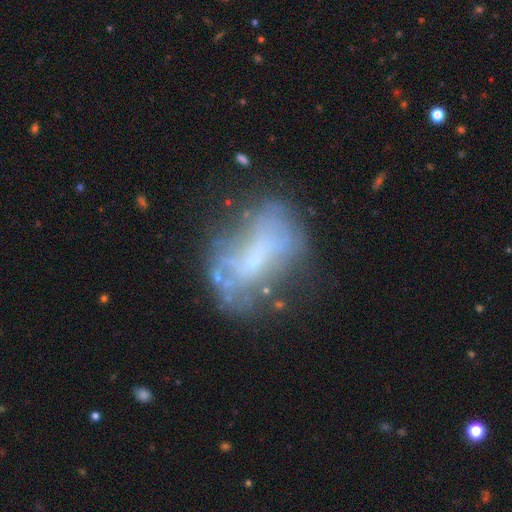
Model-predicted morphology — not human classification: Smooth or featured? Predicted: featured or disk (p=0.55). Edge-on disk? Predicted: no (p=0.95). Bar? Predicted: no (p=0.70). Spiral arms? Predicted: no (p=0.79). Bulge size? Predicted: none (p=0.50). Merging? Predicted: none (p=0.43).